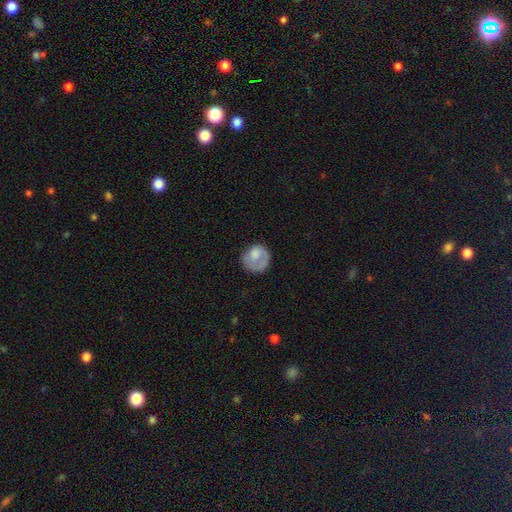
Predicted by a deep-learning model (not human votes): A smooth galaxy with no disk features (64%) that is round (81%). Merging: none (53%).